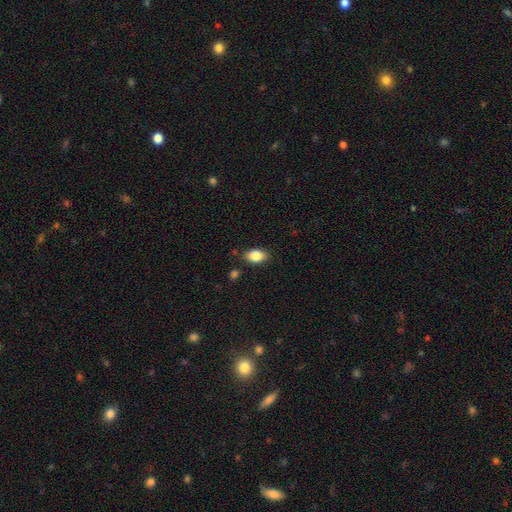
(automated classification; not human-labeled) A smooth galaxy with no disk features (85%) that is in between round and cigar-shaped (88%). Merging: none (82%).